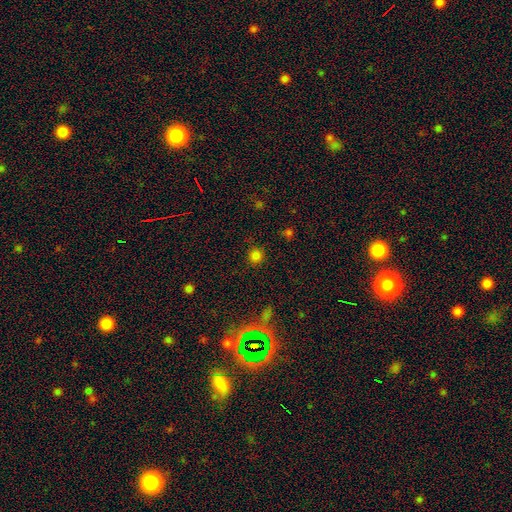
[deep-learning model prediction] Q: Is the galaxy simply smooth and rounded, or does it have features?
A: smooth — 79%.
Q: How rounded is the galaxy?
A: round — 92%.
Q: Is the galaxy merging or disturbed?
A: none — 87%.